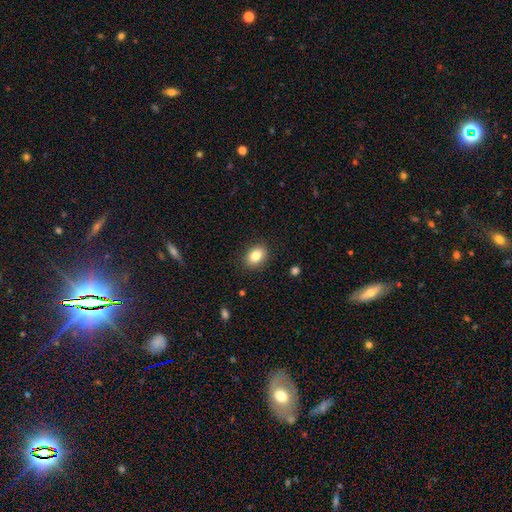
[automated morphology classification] Smooth or featured: smooth — 83% (star or artifact — 9%)
How rounded: in between — 70% (round — 29%)
Merging: none — 88% (minor disturbance — 8%)